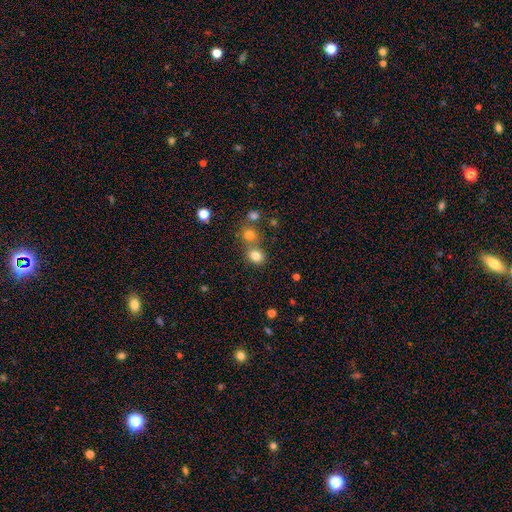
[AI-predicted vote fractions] Smooth or featured? smooth (79%)
How rounded? round (63%)
Merging? none (56%)